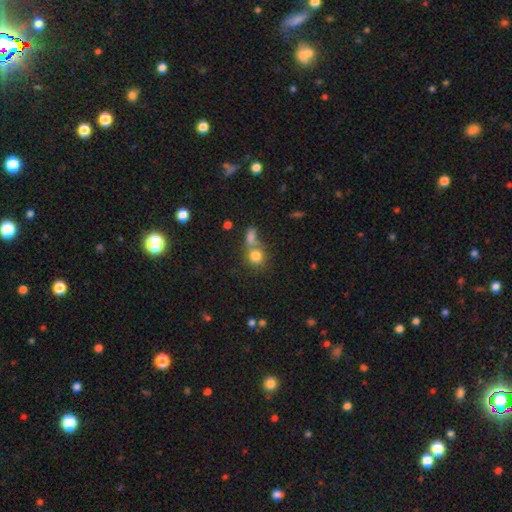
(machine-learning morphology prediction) This is clearly a smooth galaxy (80%). How rounded: likely round (77%). Merging: possibly none (49%).